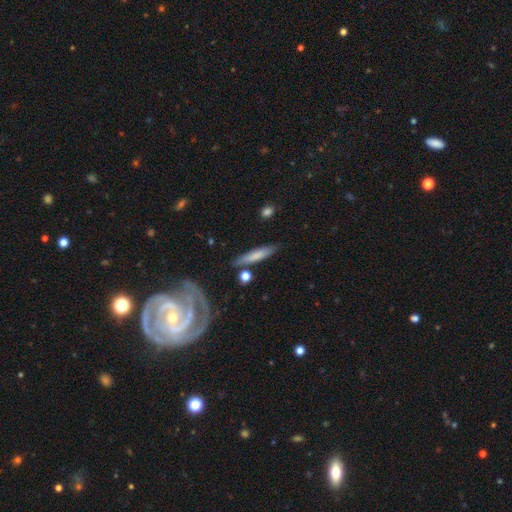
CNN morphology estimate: smooth-or-featured: smooth: 69% | featured or disk: 24% | star or artifact: 6%
  how-rounded: cigar-shaped: 86% | in between: 12% | round: 2%
  merging: none: 80% | minor disturbance: 12% | merger: 5% | major disturbance: 3%